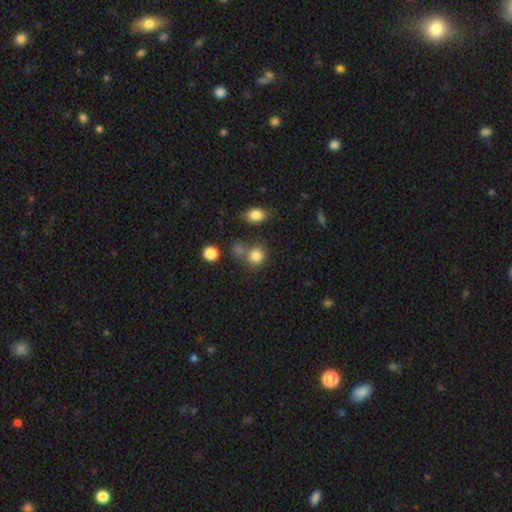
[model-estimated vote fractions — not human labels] Smooth or featured? Predicted: smooth (p=0.81). How rounded? Predicted: round (p=0.81). Merging? Predicted: none (p=0.62).